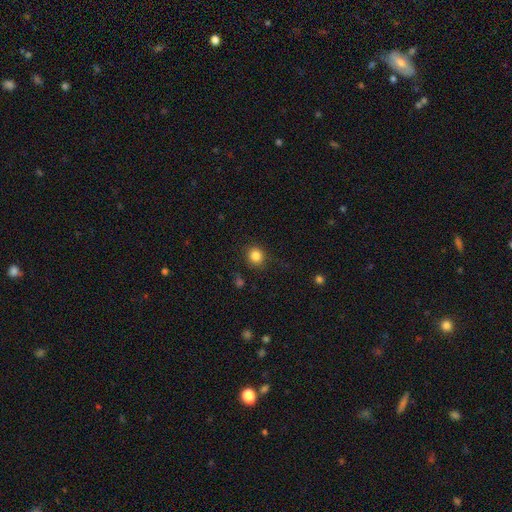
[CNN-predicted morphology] Smooth or featured?
  - smooth: 84% *
  - star or artifact: 11%
  - featured or disk: 5%
How rounded?
  - round: 89% *
  - in between: 10%
  - cigar-shaped: 1%
Merging?
  - none: 87% *
  - minor disturbance: 9%
  - major disturbance: 3%
  - merger: 1%